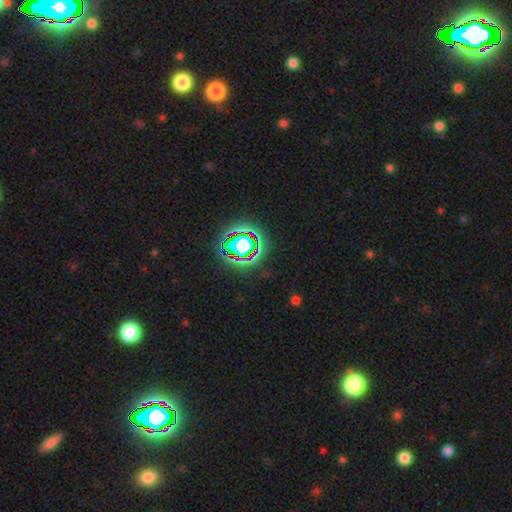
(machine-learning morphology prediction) A star or artifact, not a galaxy (79%).

Vote fractions:
- Smooth or featured? star or artifact: 79% / smooth: 13% / featured or disk: 8%